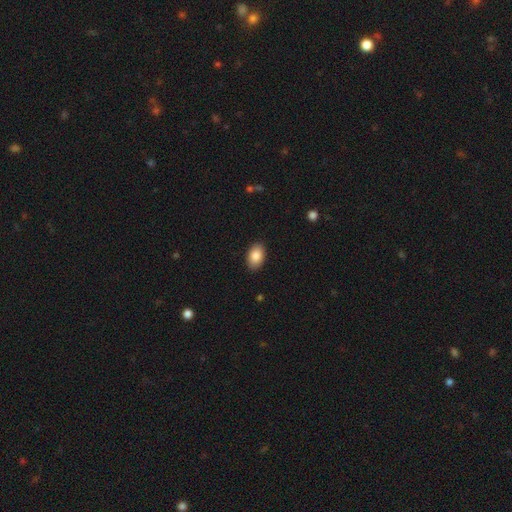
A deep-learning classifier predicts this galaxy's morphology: Overall: smooth (86%). How rounded: in between (90%). Merging: none (89%).